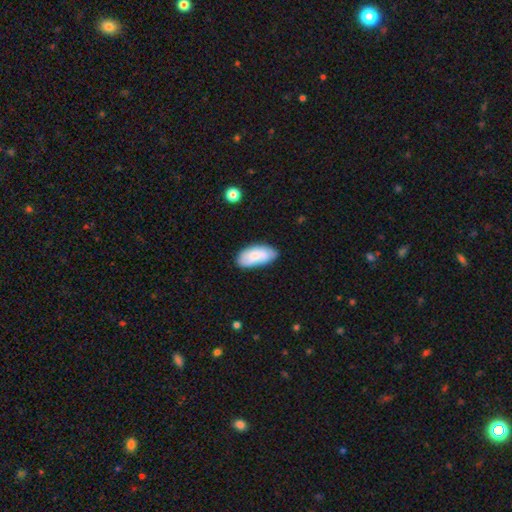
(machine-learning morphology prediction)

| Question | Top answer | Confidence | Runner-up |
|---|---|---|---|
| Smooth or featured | smooth | 71% | featured or disk (22%) |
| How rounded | in between | 93% | cigar-shaped (5%) |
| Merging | none | 70% | minor disturbance (23%) |